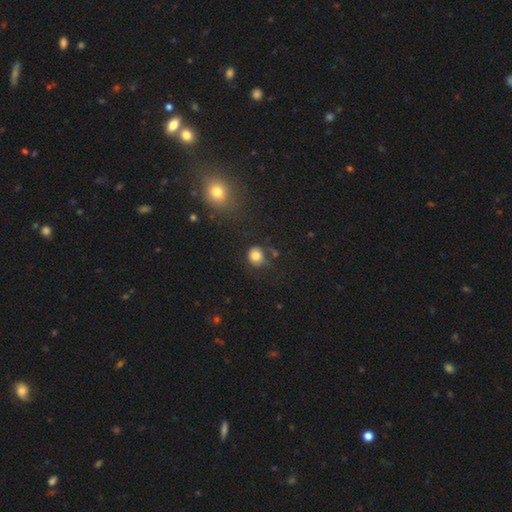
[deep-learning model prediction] Smooth or featured? Predicted: smooth (p=0.80). How rounded? Predicted: round (p=0.78). Merging? Predicted: none (p=0.64).